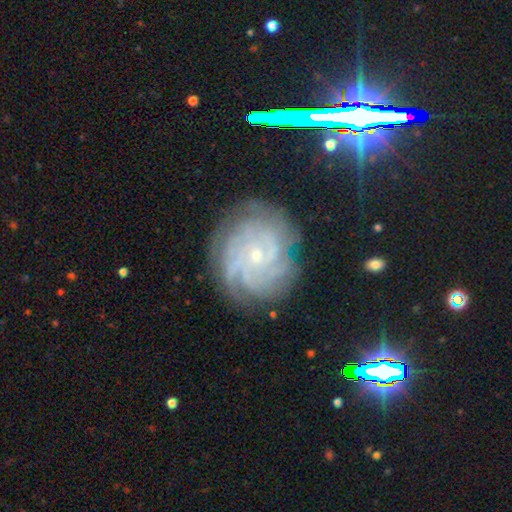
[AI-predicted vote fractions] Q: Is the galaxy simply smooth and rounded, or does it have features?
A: featured or disk — 81%.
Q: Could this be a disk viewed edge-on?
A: no — 97%.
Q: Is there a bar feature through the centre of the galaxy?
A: no — 75%.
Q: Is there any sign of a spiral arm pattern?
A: yes — 96%.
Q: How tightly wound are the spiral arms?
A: tight — 70%.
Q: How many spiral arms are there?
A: can't tell — 28%.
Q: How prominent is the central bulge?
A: small — 82%.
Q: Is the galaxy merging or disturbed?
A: none — 77%.